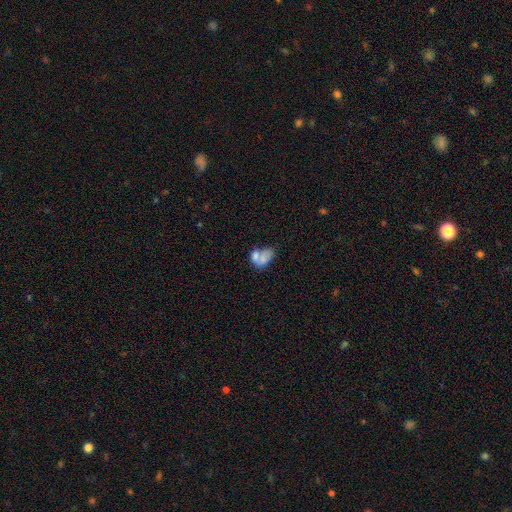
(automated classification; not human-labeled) Smooth or featured?
  - smooth: 63% *
  - featured or disk: 27%
  - star or artifact: 11%
How rounded?
  - in between: 75% *
  - round: 23%
  - cigar-shaped: 2%
Merging?
  - merger: 56% *
  - none: 21%
  - minor disturbance: 12%
  - major disturbance: 11%